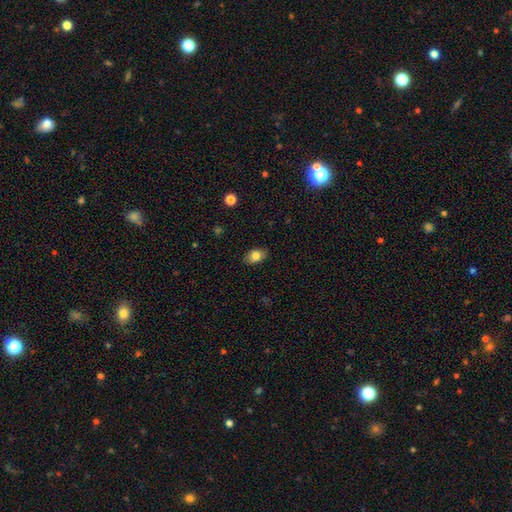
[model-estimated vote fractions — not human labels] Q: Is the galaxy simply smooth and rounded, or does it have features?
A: smooth — 81%.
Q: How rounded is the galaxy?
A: in between — 86%.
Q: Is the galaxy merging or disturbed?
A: none — 86%.